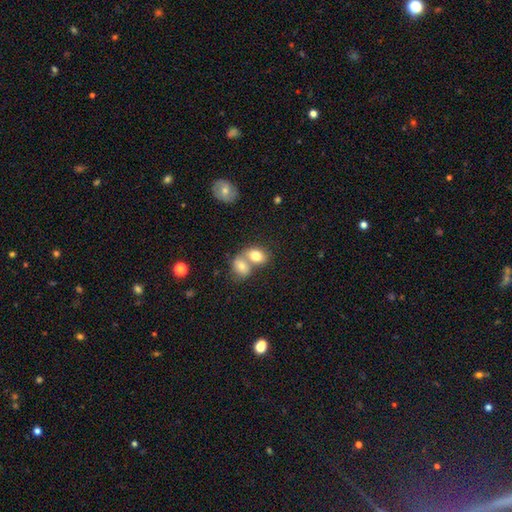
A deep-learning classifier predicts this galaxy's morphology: type=smooth (77%); roundness=in between (71%); merging=merger (62%).